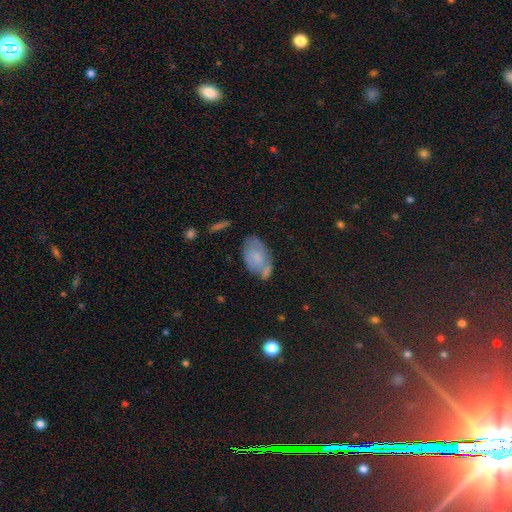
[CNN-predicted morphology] The model was most divided on "smooth or featured": smooth: 51%, featured or disk: 39%, star or artifact: 10%. Remaining: how rounded — in between (91%); merging — none (50%).